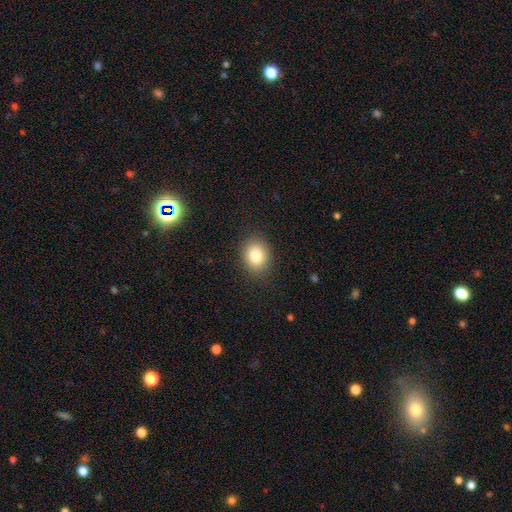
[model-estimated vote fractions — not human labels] smooth 84%, star or artifact 9%, featured or disk 7%. Down the decision tree: how rounded — round (52%); merging — none (87%).